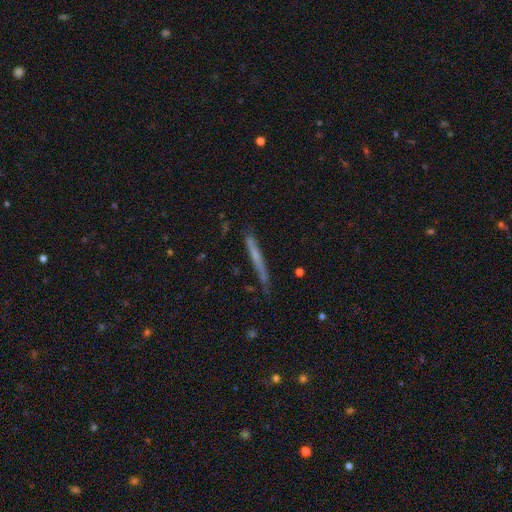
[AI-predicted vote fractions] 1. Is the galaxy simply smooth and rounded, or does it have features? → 48% smooth, 44% featured or disk, 7% star or artifact.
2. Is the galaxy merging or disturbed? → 79% none, 16% minor disturbance, 3% major disturbance, 2% merger.